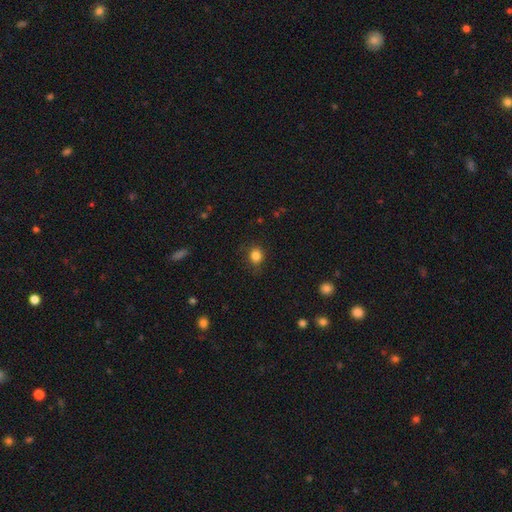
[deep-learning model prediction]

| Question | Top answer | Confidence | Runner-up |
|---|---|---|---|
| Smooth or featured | smooth | 84% | star or artifact (12%) |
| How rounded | round | 71% | in between (28%) |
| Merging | none | 80% | minor disturbance (15%) |